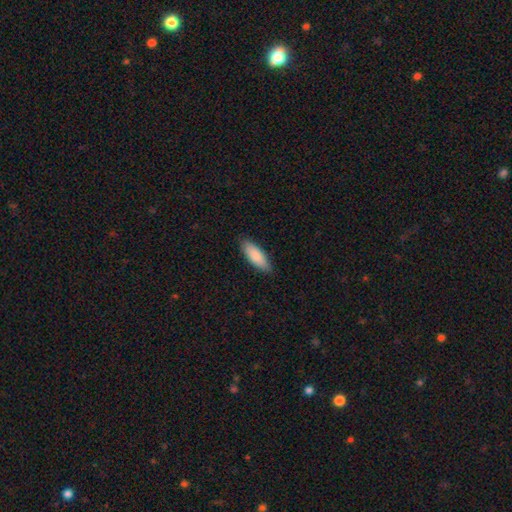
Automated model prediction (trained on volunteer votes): Smooth or featured? smooth (87%)
How rounded? in between (67%)
Merging? none (87%)